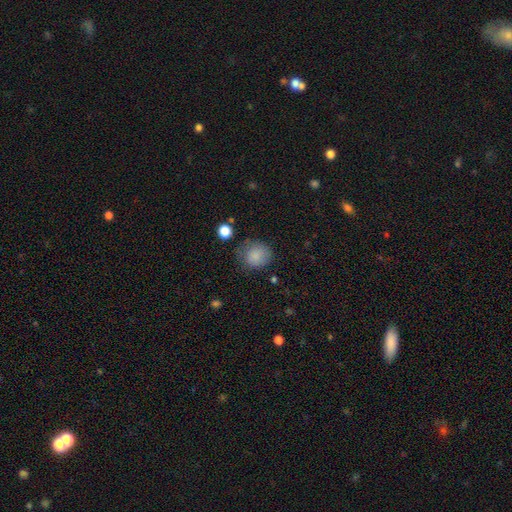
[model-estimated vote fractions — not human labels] The model was most divided on "merging": none: 69%, minor disturbance: 22%, major disturbance: 7%, merger: 2%. More confident: smooth or featured — smooth (84%); how rounded — round (82%).